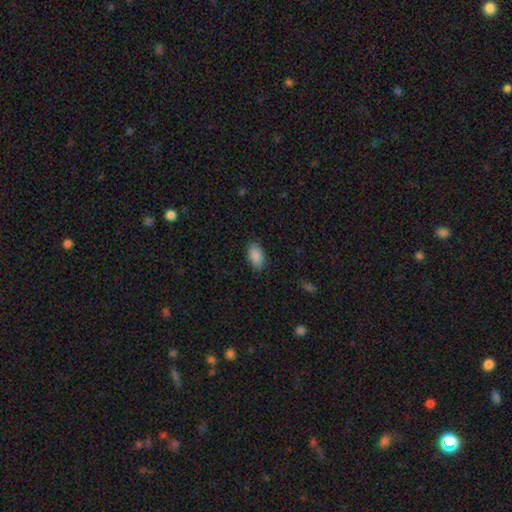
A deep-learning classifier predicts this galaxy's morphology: Smooth or featured? smooth (89%)
How rounded? in between (93%)
Merging? none (85%)